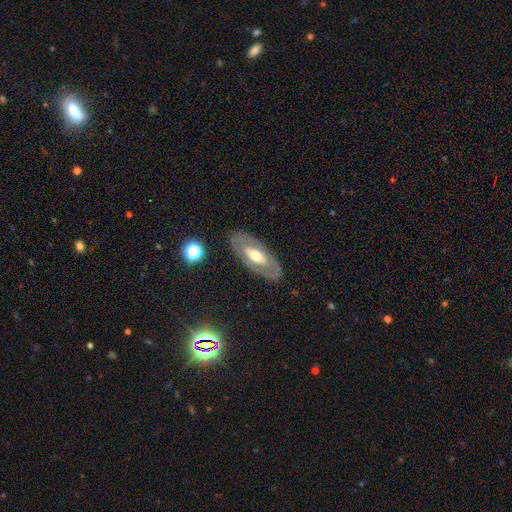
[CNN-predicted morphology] featured or disk 59%, smooth 35%, star or artifact 6%. Down the decision tree: edge-on disk — no (83%); merging — none (84%).